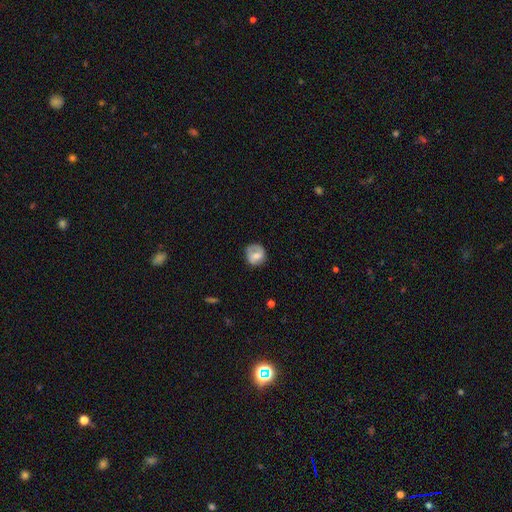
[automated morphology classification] A smooth galaxy with no disk features (54%) that is round (81%).

Vote fractions:
- Smooth or featured? smooth: 54% / featured or disk: 39% / star or artifact: 7%
- How rounded? round: 81% / in between: 18% / cigar-shaped: 1%
- Merging? none: 69% / minor disturbance: 22% / major disturbance: 8% / merger: 2%